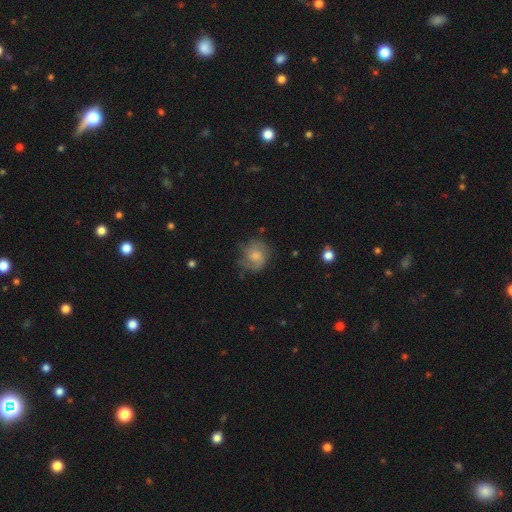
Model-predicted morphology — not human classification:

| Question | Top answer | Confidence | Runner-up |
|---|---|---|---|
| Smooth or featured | smooth | 48% | featured or disk (44%) |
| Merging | none | 58% | minor disturbance (26%) |